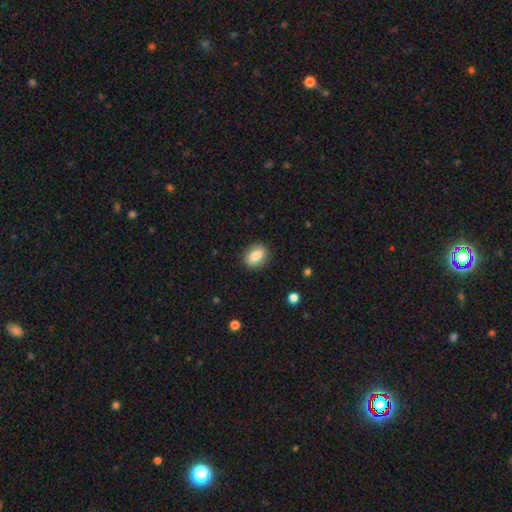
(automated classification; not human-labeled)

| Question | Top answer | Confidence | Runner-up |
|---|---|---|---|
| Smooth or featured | smooth | 76% | featured or disk (17%) |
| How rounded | in between | 60% | round (38%) |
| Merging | none | 85% | minor disturbance (11%) |